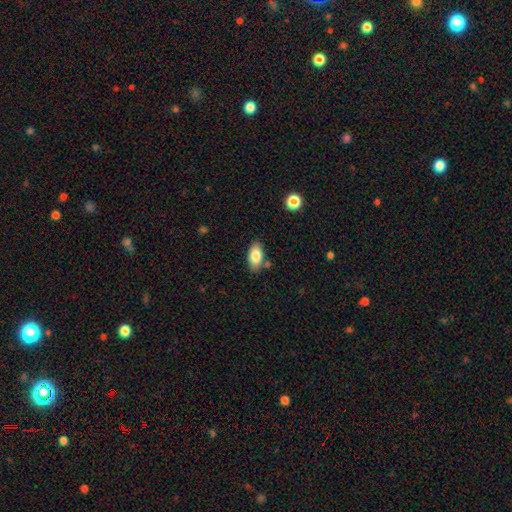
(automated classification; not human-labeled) smooth-or-featured: smooth: 83% | featured or disk: 10% | star or artifact: 7%
  how-rounded: in between: 92% | round: 4% | cigar-shaped: 4%
  merging: none: 79% | minor disturbance: 13% | merger: 5% | major disturbance: 3%